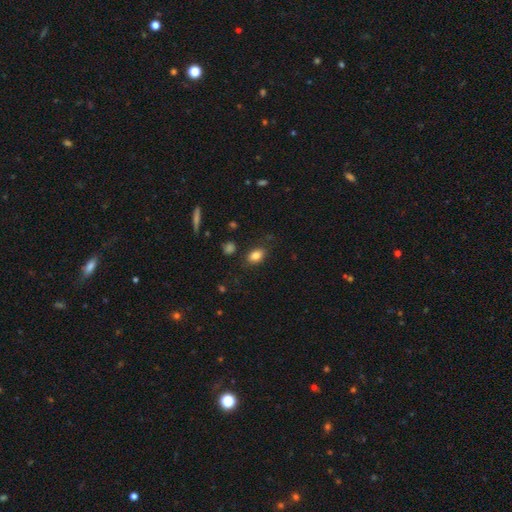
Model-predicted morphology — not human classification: Q: Smooth or featured?
A: smooth (84%); runner-up: star or artifact (10%)
Q: How rounded?
A: in between (81%); runner-up: round (17%)
Q: Merging?
A: none (82%); runner-up: minor disturbance (13%)